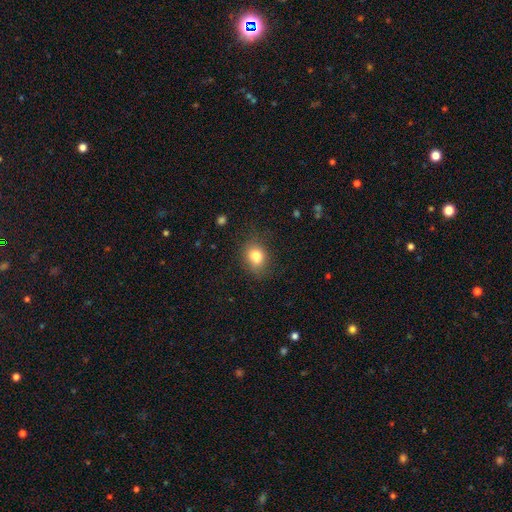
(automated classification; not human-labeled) Smooth or featured? Predicted: smooth (p=0.80). How rounded? Predicted: round (p=0.50). Merging? Predicted: none (p=0.72).